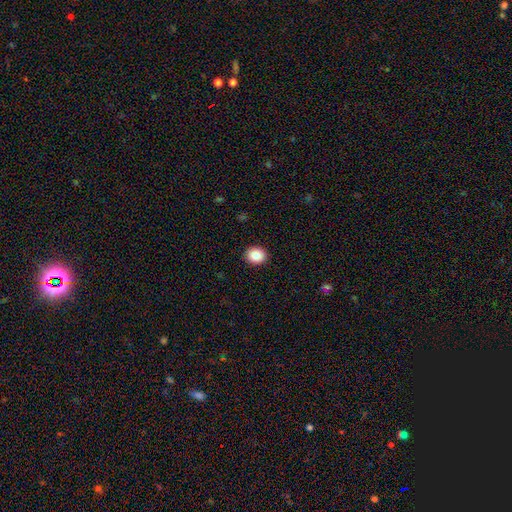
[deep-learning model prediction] This is clearly a smooth galaxy (88%). How rounded: likely round (65%). Merging: clearly none (92%).